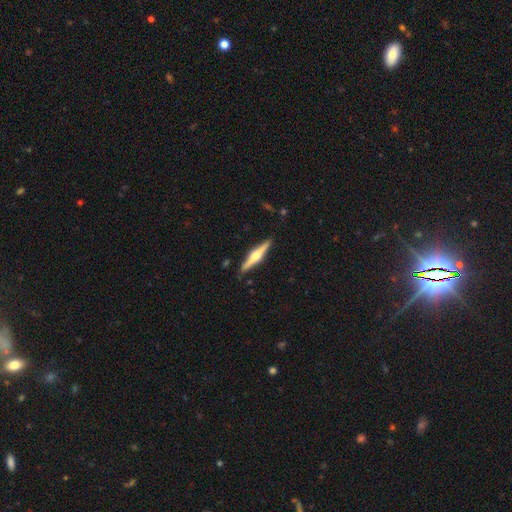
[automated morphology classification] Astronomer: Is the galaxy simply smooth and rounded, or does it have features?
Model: featured or disk — 74%.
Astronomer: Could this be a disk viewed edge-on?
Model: yes — 98%.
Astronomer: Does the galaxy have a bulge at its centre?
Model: rounded — 91%.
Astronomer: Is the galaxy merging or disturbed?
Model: none — 90%.